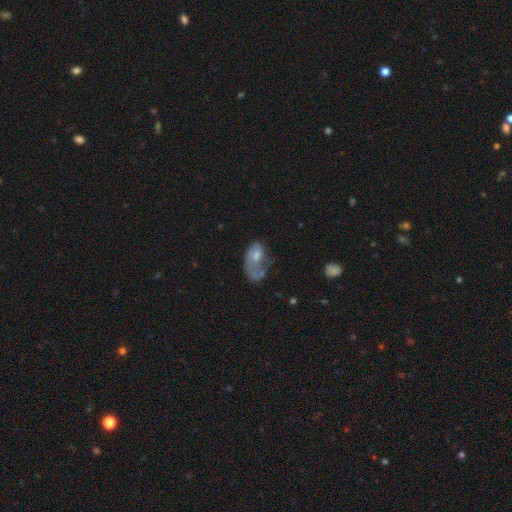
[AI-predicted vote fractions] Q: Smooth or featured?
A: featured or disk (53%); runner-up: smooth (36%)
Q: Edge-on disk?
A: no (95%); runner-up: yes (5%)
Q: Bar?
A: no (77%); runner-up: weak (19%)
Q: Spiral arms?
A: yes (55%); runner-up: no (45%)
Q: Bulge size?
A: moderate (47%); runner-up: small (35%)
Q: Merging?
A: major disturbance (36%); runner-up: none (29%)